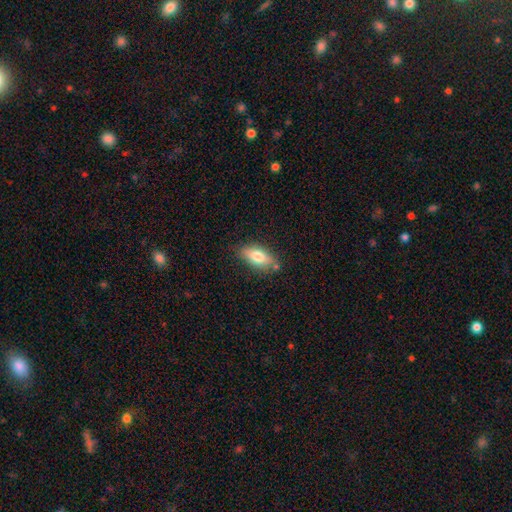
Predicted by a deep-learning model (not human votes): The model was most divided on "smooth or featured": smooth: 76%, featured or disk: 17%, star or artifact: 7%. More confident: how rounded — in between (85%); merging — none (77%).